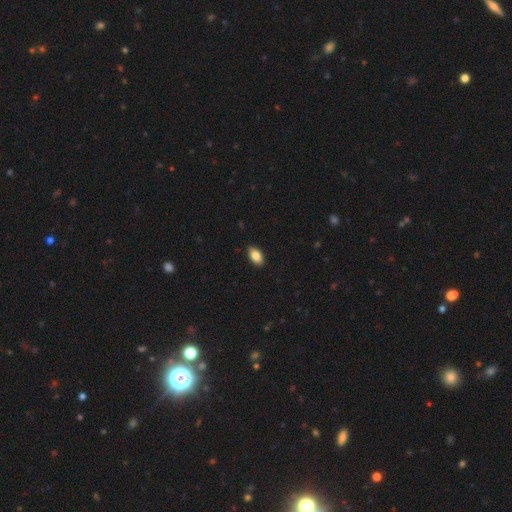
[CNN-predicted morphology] Smooth or featured? Predicted: smooth (p=0.86). How rounded? Predicted: in between (p=0.93). Merging? Predicted: none (p=0.89).